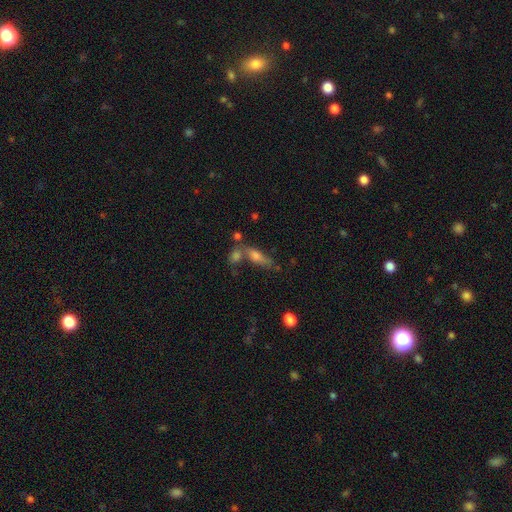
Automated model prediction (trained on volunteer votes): Smooth or featured: smooth — 54% (featured or disk — 30%)
How rounded: in between — 52% (cigar-shaped — 40%)
Merging: none — 41% (merger — 35%)